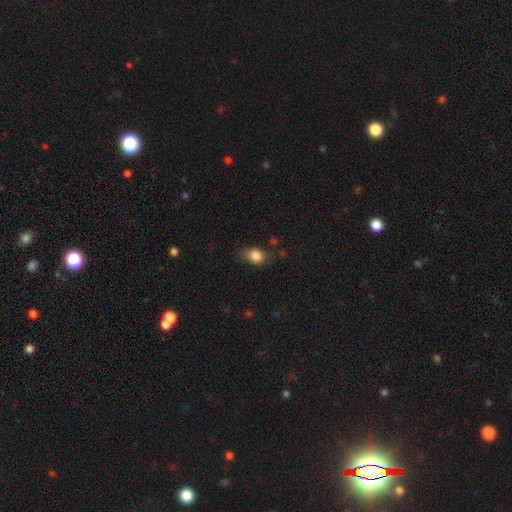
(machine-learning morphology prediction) A smooth galaxy with no disk features (83%) that is in between round and cigar-shaped (65%). Merging: none (63%).